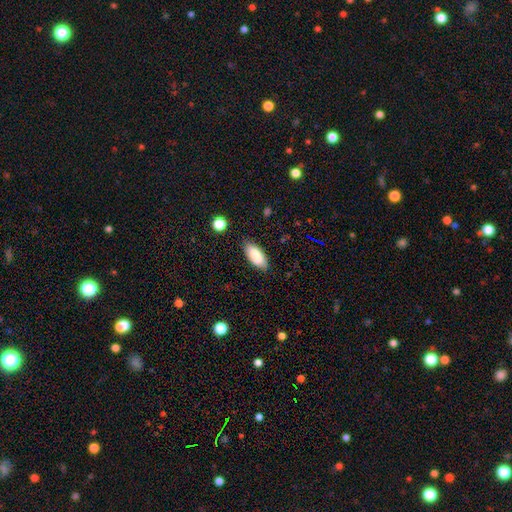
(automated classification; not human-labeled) This appears to be a smooth galaxy with no disk features (86%) that is in between round and cigar-shaped (88%). Merging: none (85%).